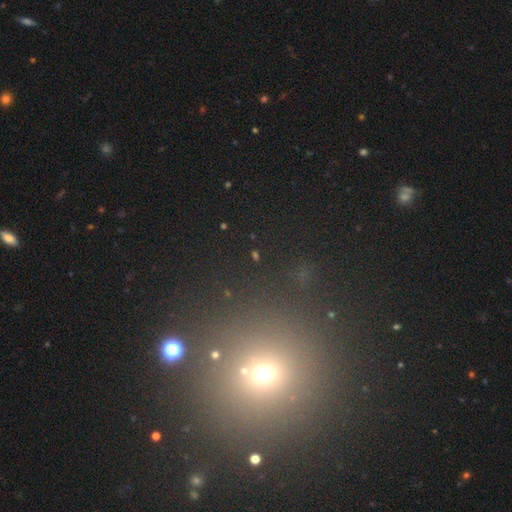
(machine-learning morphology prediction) smooth-or-featured: star or artifact: 61% | smooth: 28% | featured or disk: 11%